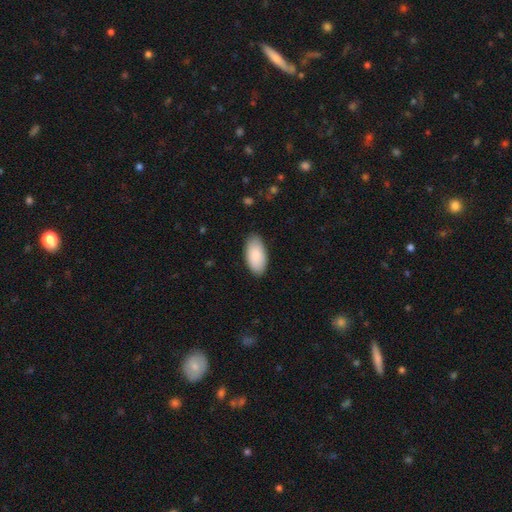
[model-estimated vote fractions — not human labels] This is clearly a smooth galaxy (88%). How rounded: clearly in between (94%). Merging: clearly none (86%).